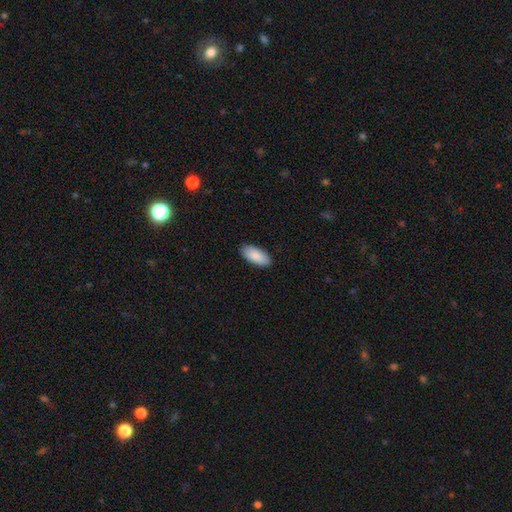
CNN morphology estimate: Q: Smooth or featured?
A: smooth (90%); runner-up: star or artifact (6%)
Q: How rounded?
A: in between (92%); runner-up: cigar-shaped (6%)
Q: Merging?
A: none (89%); runner-up: minor disturbance (8%)